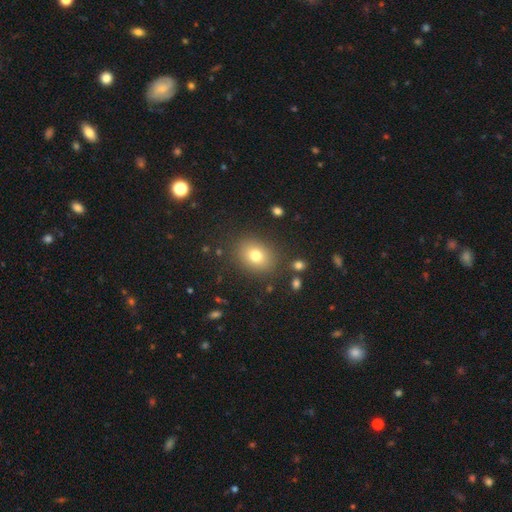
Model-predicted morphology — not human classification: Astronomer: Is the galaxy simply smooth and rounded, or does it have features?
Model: smooth — 77%.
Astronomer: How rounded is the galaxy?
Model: in between — 51% (runner-up: round, 48%).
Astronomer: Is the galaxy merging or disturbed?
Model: none — 85%.